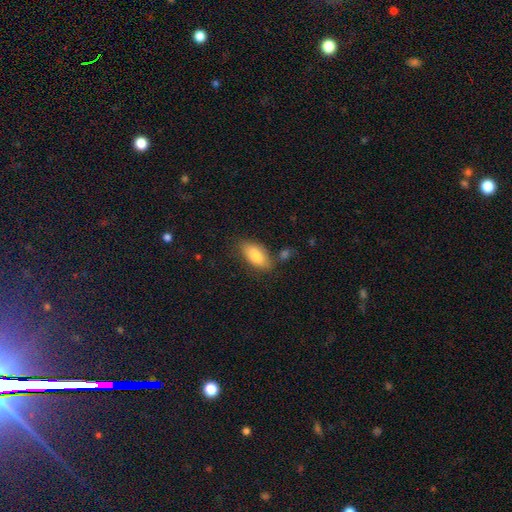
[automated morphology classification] smooth 82%, featured or disk 12%, star or artifact 7%. Down the decision tree: how rounded — in between (91%); merging — none (72%).